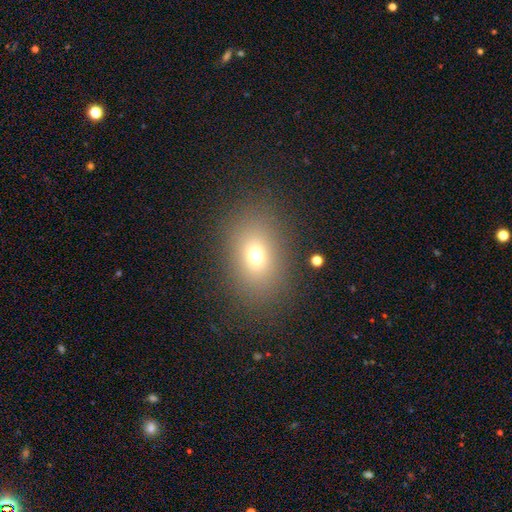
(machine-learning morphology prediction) Smooth or featured: smooth — 69% (star or artifact — 18%)
How rounded: in between — 64% (round — 34%)
Merging: none — 84% (minor disturbance — 9%)